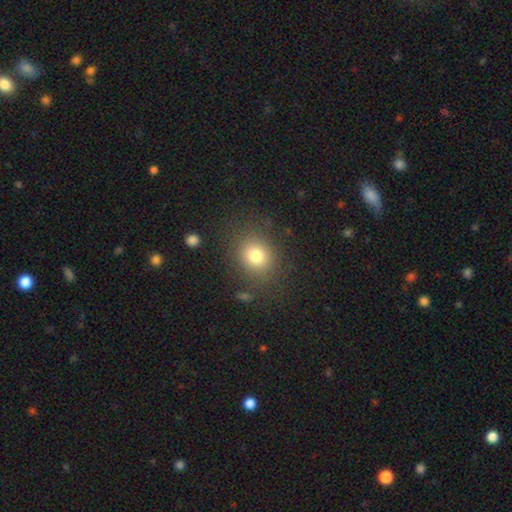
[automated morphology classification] Smooth or featured?
  - smooth: 78% *
  - star or artifact: 13%
  - featured or disk: 9%
How rounded?
  - round: 70% *
  - in between: 29%
  - cigar-shaped: 1%
Merging?
  - none: 82% *
  - minor disturbance: 11%
  - major disturbance: 6%
  - merger: 2%